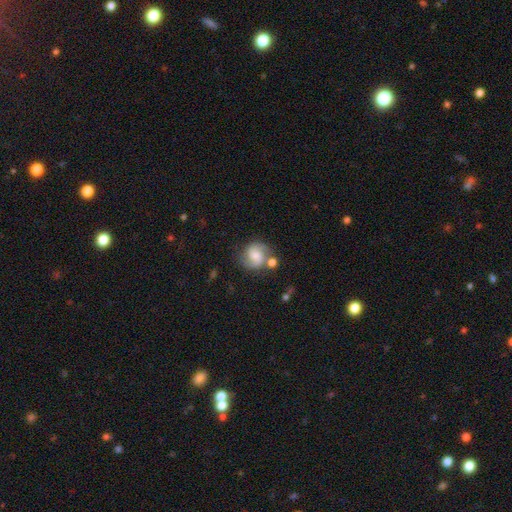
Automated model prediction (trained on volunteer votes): Smooth or featured? featured or disk (70%)
Edge-on disk? no (98%)
Bar? no (49%)
Spiral arms? yes (95%)
Spiral winding? medium (53%)
Spiral arm count? 2 (90%)
Bulge size? moderate (42%)
Merging? none (65%)